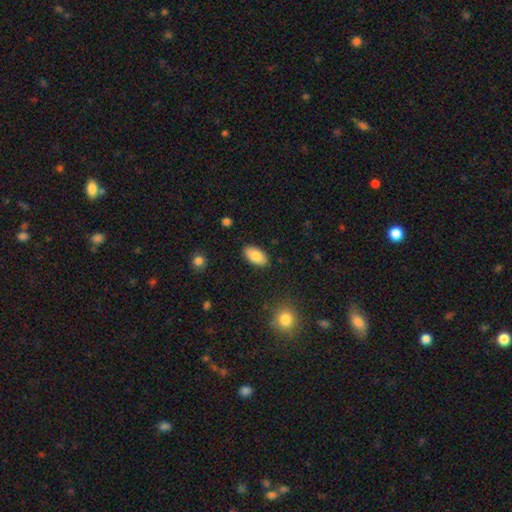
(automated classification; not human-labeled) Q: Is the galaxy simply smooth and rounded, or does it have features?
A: smooth — 83%.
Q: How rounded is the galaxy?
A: in between — 94%.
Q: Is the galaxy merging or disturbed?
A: none — 87%.